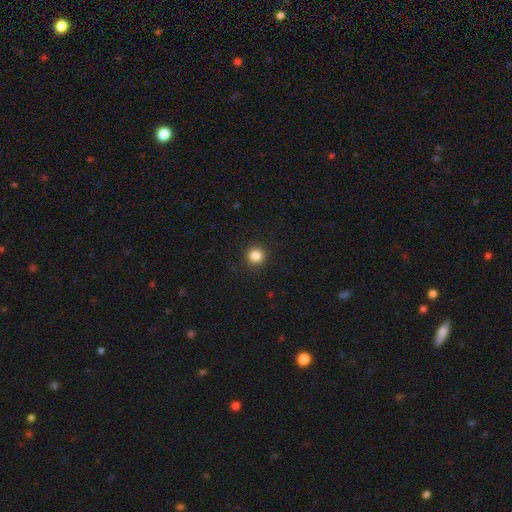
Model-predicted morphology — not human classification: Smooth or featured? Predicted: smooth (p=0.85). How rounded? Predicted: round (p=0.94). Merging? Predicted: none (p=0.92).